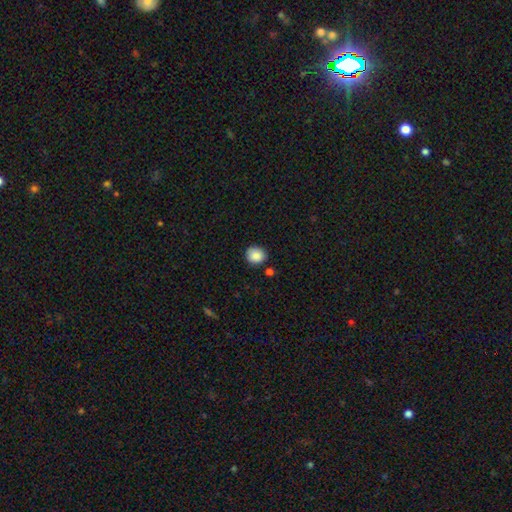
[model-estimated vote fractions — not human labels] Morphology: type=smooth (88%); roundness=round (84%); merging=none (83%).